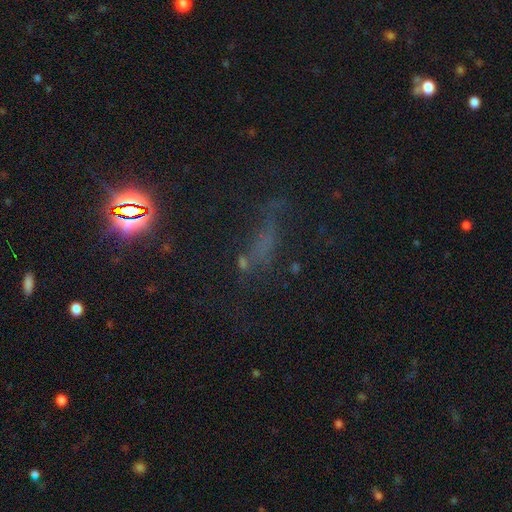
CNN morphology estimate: Overall: star or artifact (48%; smooth 29%).